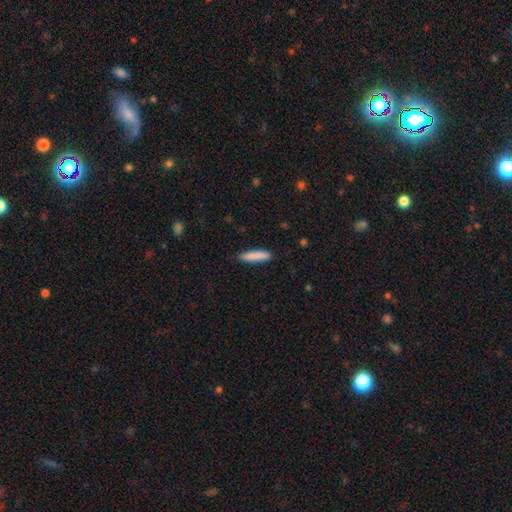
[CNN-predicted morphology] A smooth galaxy with no disk features (86%) that is cigar-shaped (84%). Merging: none (86%).